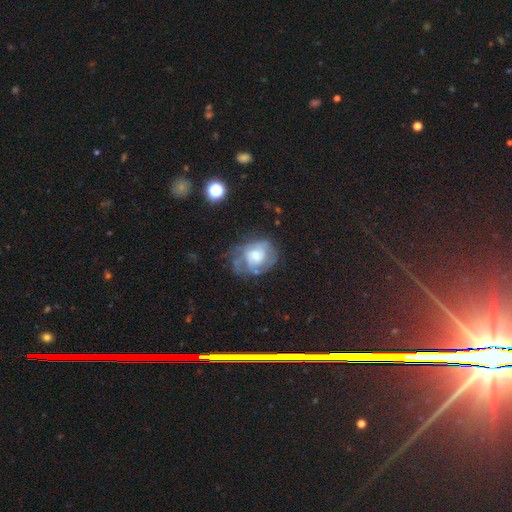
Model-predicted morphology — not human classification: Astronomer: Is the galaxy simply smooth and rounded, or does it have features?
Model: featured or disk — 65%.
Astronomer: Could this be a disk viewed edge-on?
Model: no — 97%.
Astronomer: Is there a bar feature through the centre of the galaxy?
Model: no — 67%.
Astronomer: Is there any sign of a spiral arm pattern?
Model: yes — 70%.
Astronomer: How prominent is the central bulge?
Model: moderate — 38% (runner-up: small, 25%).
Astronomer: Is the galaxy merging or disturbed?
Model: none — 47% (runner-up: minor disturbance, 27%).